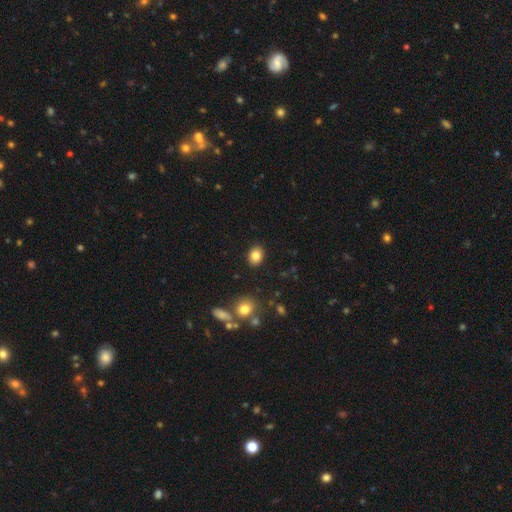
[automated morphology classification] smooth-or-featured: smooth: 83% | star or artifact: 10% | featured or disk: 7%
  how-rounded: in between: 59% | round: 40% | cigar-shaped: 1%
  merging: none: 88% | minor disturbance: 8% | major disturbance: 2% | merger: 2%